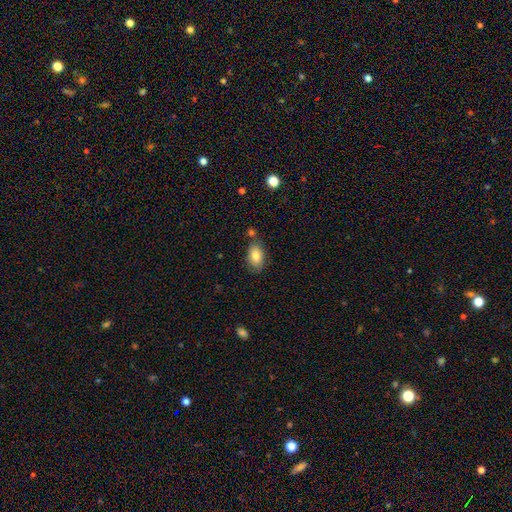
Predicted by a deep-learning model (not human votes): This appears to be a smooth galaxy with no disk features (82%) that is in between round and cigar-shaped (90%). Merging: none (71%).